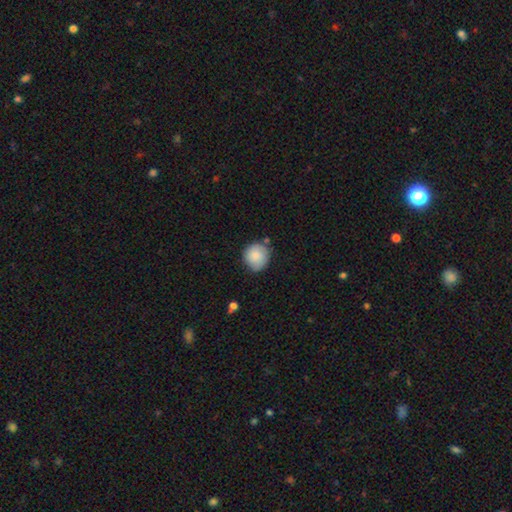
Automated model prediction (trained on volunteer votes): Overall: smooth (85%). How rounded: round (90%). Merging: none (73%).